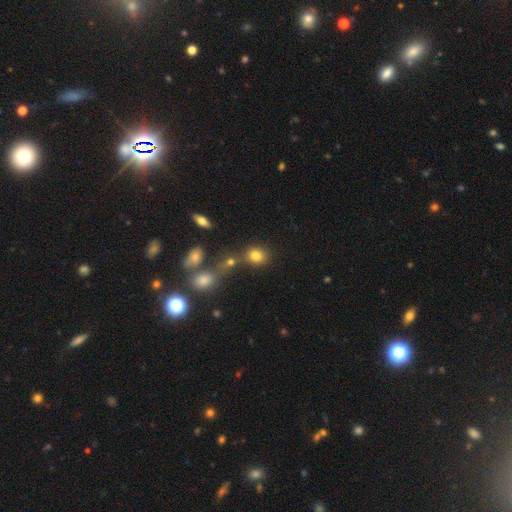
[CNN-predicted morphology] Overall: smooth (80%). How rounded: round (69%; in between 29%). Merging: none (65%).